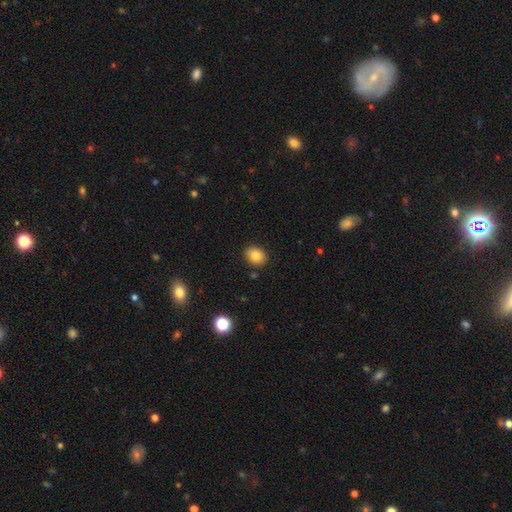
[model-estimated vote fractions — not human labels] This appears to be a smooth galaxy with no disk features (84%) that is round (58%). Merging: none (89%).